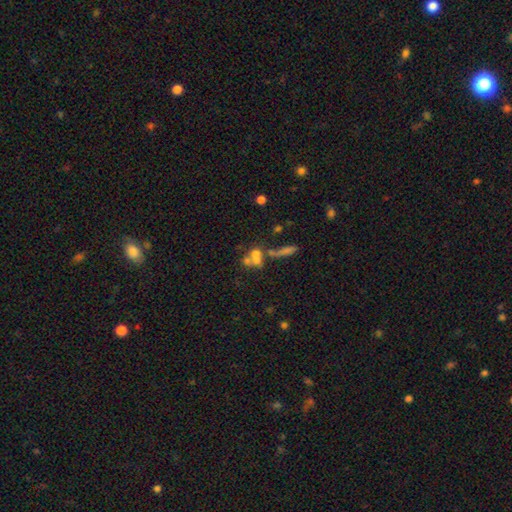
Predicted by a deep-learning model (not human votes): Smooth or featured? Predicted: smooth (p=0.48). Merging? Predicted: merger (p=0.52).